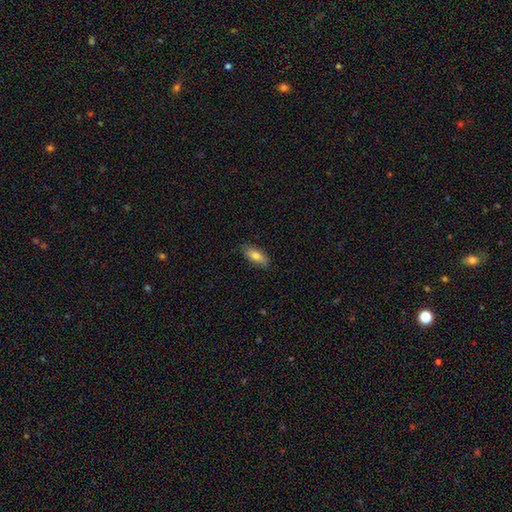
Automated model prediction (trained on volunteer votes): Q: Smooth or featured?
A: smooth (78%); runner-up: featured or disk (15%)
Q: How rounded?
A: in between (78%); runner-up: cigar-shaped (19%)
Q: Merging?
A: none (86%); runner-up: minor disturbance (11%)